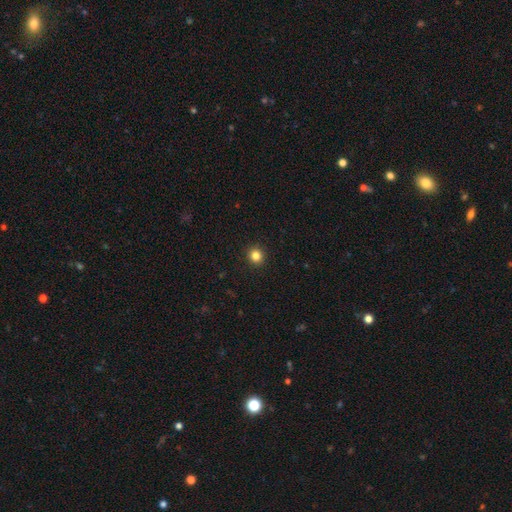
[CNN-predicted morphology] Q: Smooth or featured?
A: smooth (84%); runner-up: star or artifact (12%)
Q: How rounded?
A: round (92%); runner-up: in between (7%)
Q: Merging?
A: none (93%); runner-up: minor disturbance (4%)